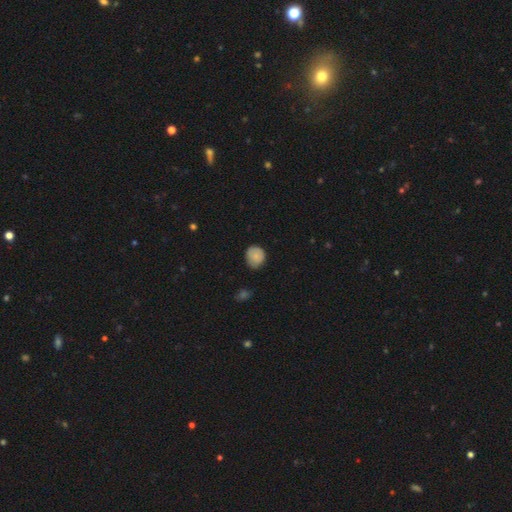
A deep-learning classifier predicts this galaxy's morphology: Smooth or featured? Predicted: smooth (p=0.80). How rounded? Predicted: round (p=0.77). Merging? Predicted: none (p=0.69).